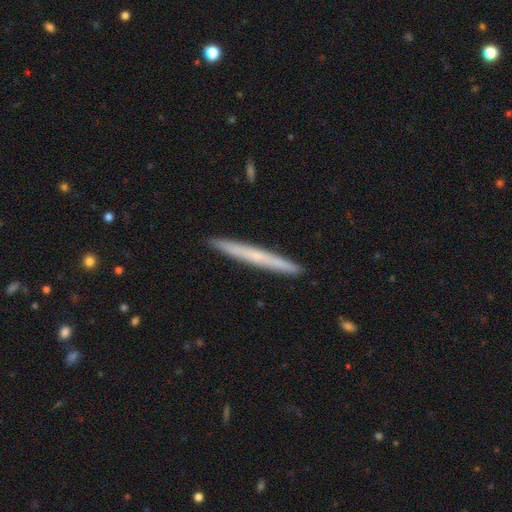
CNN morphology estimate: Smooth or featured?
  - smooth: 51% *
  - featured or disk: 43%
  - star or artifact: 6%
How rounded?
  - cigar-shaped: 97% *
  - in between: 2%
  - round: 1%
Merging?
  - none: 93% *
  - minor disturbance: 5%
  - major disturbance: 1%
  - merger: 1%